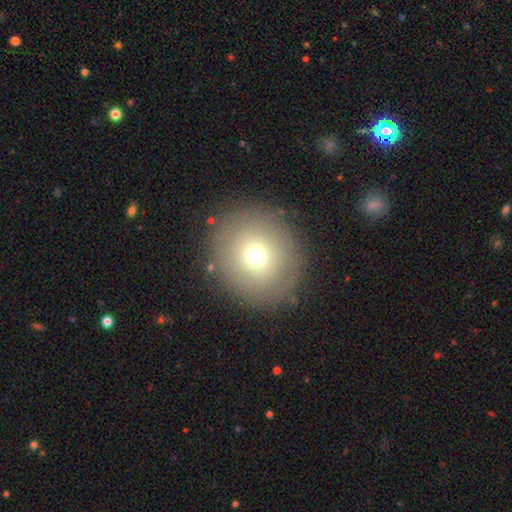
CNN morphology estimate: This appears to be a smooth galaxy with no disk features (69%) that is round (87%). Merging: none (87%).